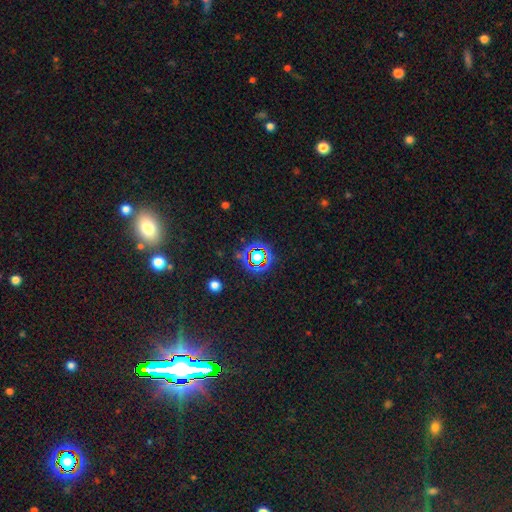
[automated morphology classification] Smooth or featured: star or artifact — 70% (smooth — 19%)